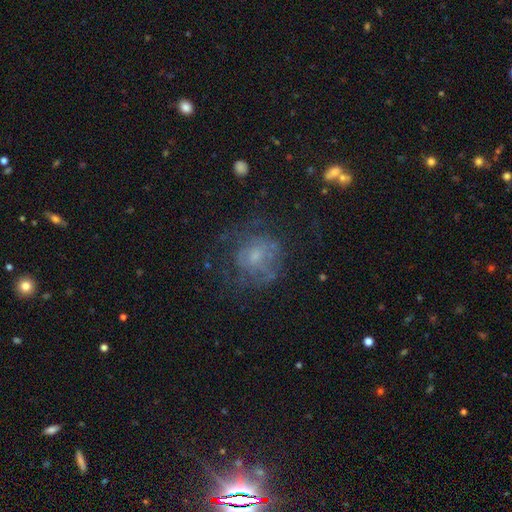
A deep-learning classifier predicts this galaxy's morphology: smooth-or-featured: featured or disk: 49% | smooth: 33% | star or artifact: 17%
  merging: none: 59% | major disturbance: 20% | minor disturbance: 19% | merger: 2%